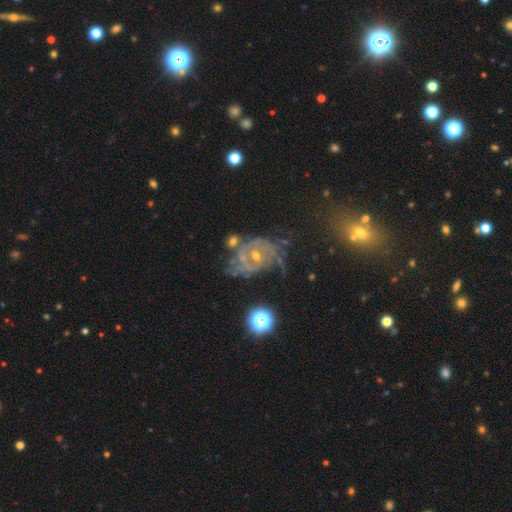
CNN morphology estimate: type=featured or disk (76%); edge-on=no (97%); bar=no (67%); spiral arms=yes (87%); winding=tight (57%); arm count=can't tell (39%); bulge=small (59%); merging=none (47%).